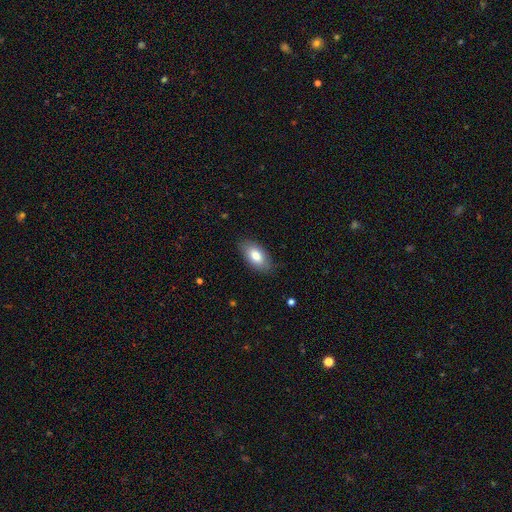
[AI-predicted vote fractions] The model was most divided on "smooth or featured": smooth: 80%, featured or disk: 13%, star or artifact: 7%. More confident: how rounded — in between (93%); merging — none (85%).